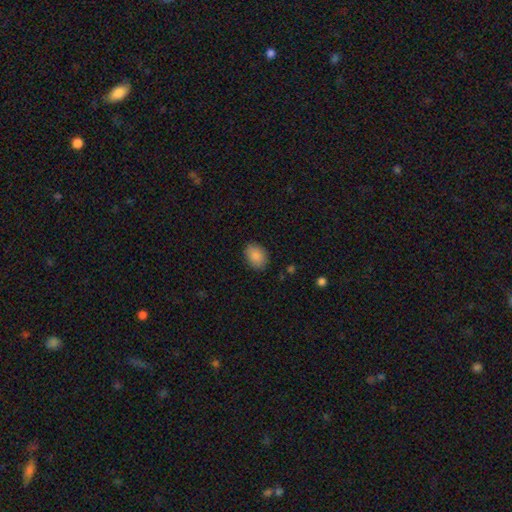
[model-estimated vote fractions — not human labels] smooth 88%, star or artifact 8%, featured or disk 4%. Down the decision tree: how rounded — in between (64%); merging — none (85%).